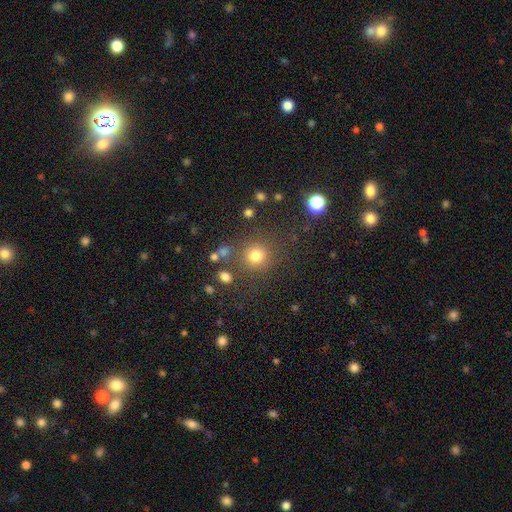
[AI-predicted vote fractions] smooth_or_featured: smooth (p=0.78) [alt: star or artifact p=0.16]
how_rounded: round (p=0.91) [alt: in between p=0.08]
merging: none (p=0.79) [alt: minor disturbance p=0.10]